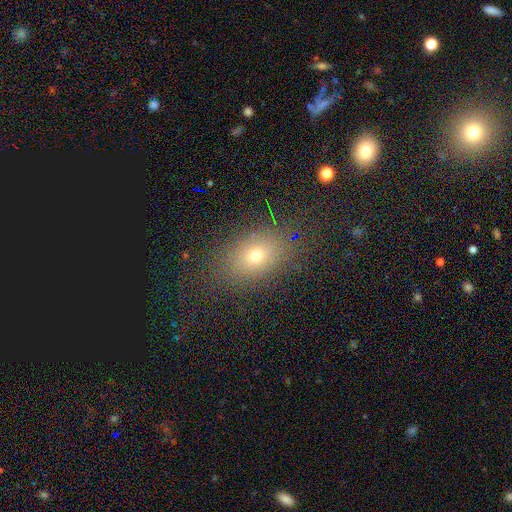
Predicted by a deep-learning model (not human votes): Smooth or featured? Predicted: smooth (p=0.71). How rounded? Predicted: in between (p=0.75). Merging? Predicted: none (p=0.81).